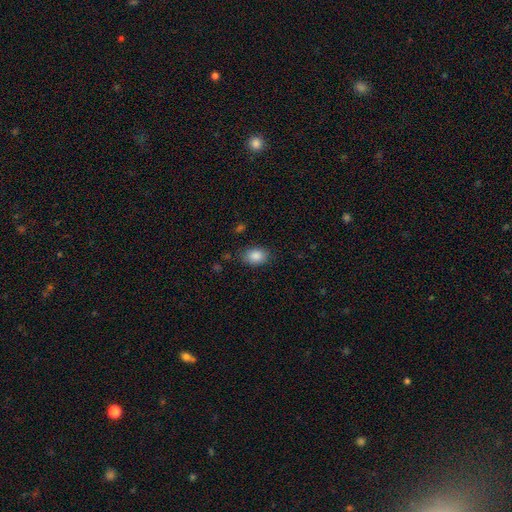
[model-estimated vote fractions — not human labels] smooth 87%, star or artifact 8%, featured or disk 5%. Down the decision tree: how rounded — in between (75%); merging — none (82%).